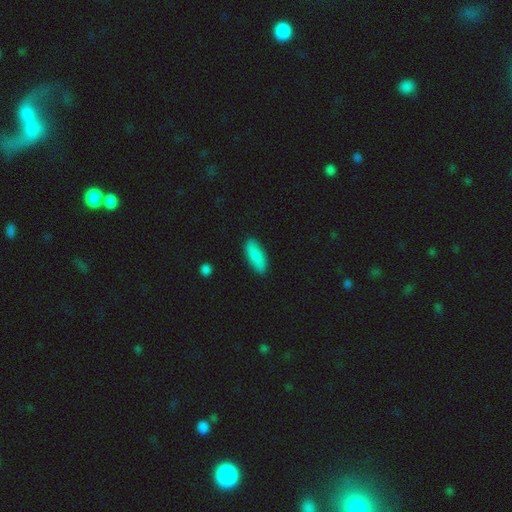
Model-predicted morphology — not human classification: Smooth or featured: smooth — 86% (featured or disk — 8%)
How rounded: in between — 69% (cigar-shaped — 29%)
Merging: none — 87% (minor disturbance — 10%)